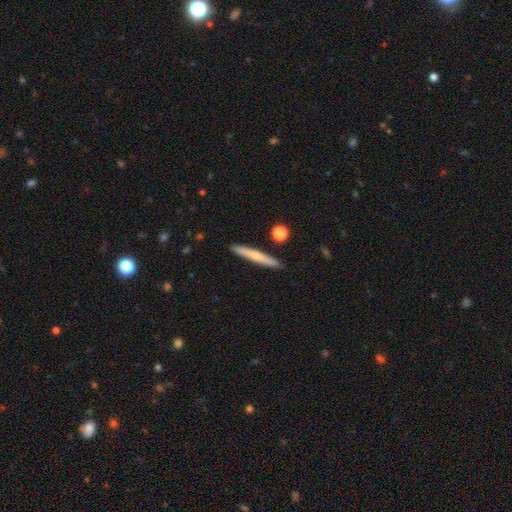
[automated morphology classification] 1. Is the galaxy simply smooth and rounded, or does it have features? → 54% smooth, 39% featured or disk, 6% star or artifact.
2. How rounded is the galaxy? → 95% cigar-shaped, 3% in between, 2% round.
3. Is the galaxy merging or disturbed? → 90% none, 7% minor disturbance, 2% merger, 1% major disturbance.